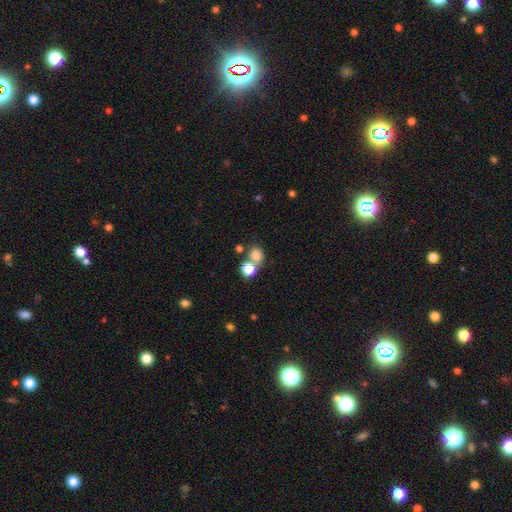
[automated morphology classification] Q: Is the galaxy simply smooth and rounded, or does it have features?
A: smooth — 78%.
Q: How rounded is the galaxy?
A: round — 67%.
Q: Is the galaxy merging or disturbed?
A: none — 48%.